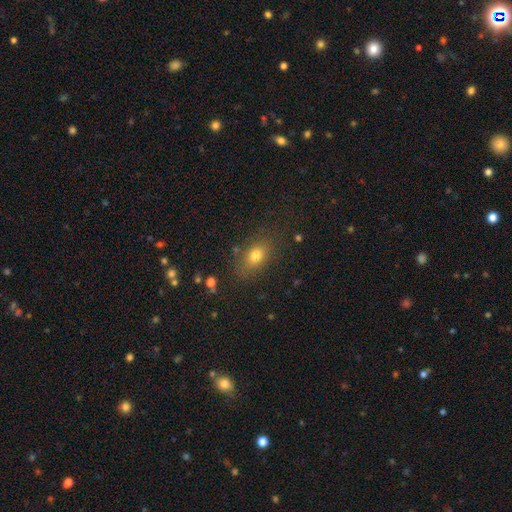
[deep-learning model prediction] Smooth or featured: smooth — 75% (star or artifact — 14%)
How rounded: in between — 74% (round — 23%)
Merging: none — 80% (minor disturbance — 14%)